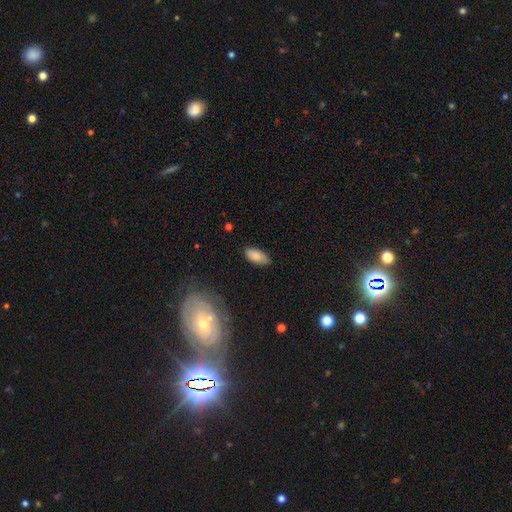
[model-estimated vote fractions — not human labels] This appears to be a smooth galaxy with no disk features (83%) that is in between round and cigar-shaped (91%). Merging: none (81%).